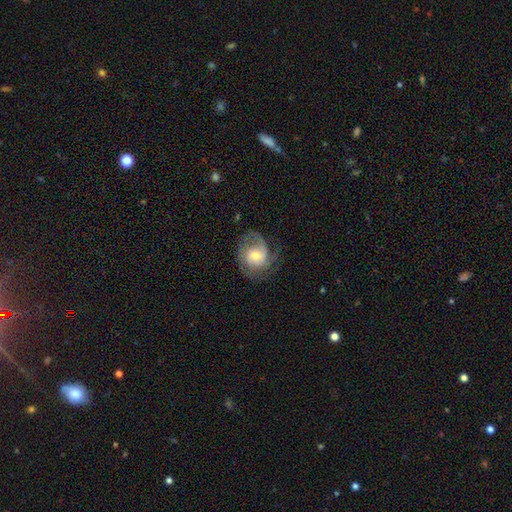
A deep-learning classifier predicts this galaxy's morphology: smooth_or_featured: featured or disk (p=0.72) [alt: smooth p=0.22]
disk_edge_on: no (p=0.97) [alt: yes p=0.03]
bar: no (p=0.60) [alt: weak p=0.33]
has_spiral_arms: yes (p=0.91) [alt: no p=0.09]
spiral_winding: medium (p=0.42) [alt: tight p=0.40]
spiral_arm_count: 2 (p=0.46) [alt: can't tell p=0.20]
bulge_size: moderate (p=0.58) [alt: small p=0.33]
merging: none (p=0.64) [alt: minor disturbance p=0.20]